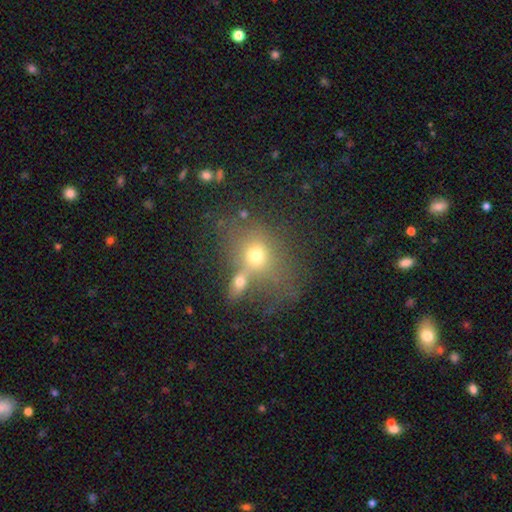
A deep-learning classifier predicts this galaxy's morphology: Smooth or featured?
  - smooth: 62% *
  - featured or disk: 21%
  - star or artifact: 17%
How rounded?
  - round: 54% *
  - in between: 43%
  - cigar-shaped: 2%
Merging?
  - merger: 40% *
  - none: 36%
  - major disturbance: 13%
  - minor disturbance: 12%